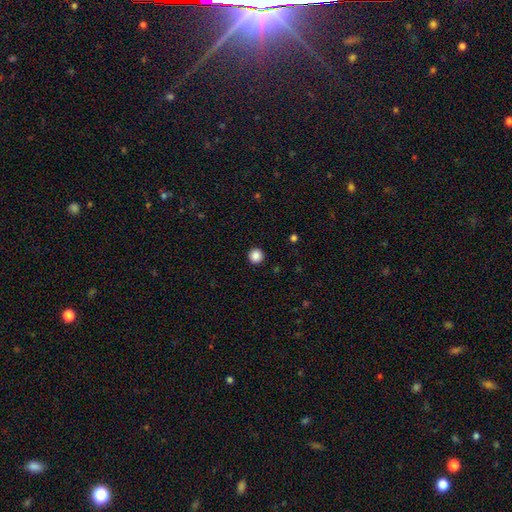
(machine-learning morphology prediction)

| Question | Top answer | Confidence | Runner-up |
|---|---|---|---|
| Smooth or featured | smooth | 87% | star or artifact (10%) |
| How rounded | round | 96% | in between (3%) |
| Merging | none | 93% | minor disturbance (4%) |